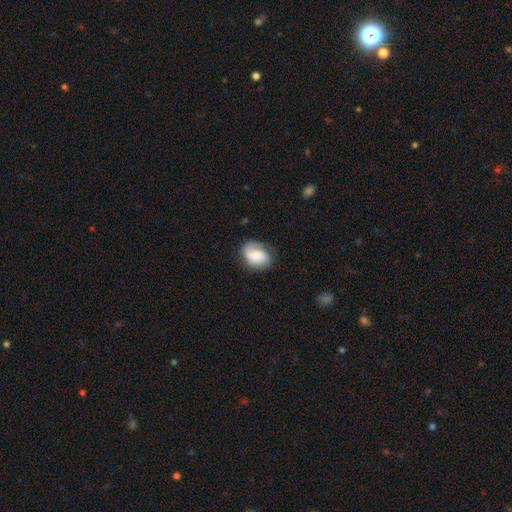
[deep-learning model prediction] smooth_or_featured: smooth (p=0.49) [alt: featured or disk p=0.43]
merging: none (p=0.67) [alt: minor disturbance p=0.23]